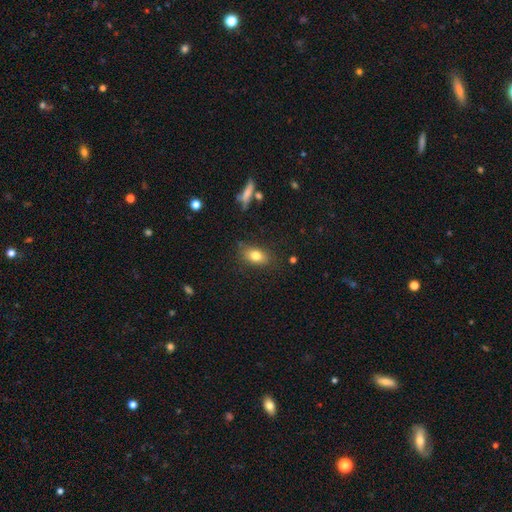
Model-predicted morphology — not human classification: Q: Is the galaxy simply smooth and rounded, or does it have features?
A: smooth — 79%.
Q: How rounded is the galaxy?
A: in between — 83%.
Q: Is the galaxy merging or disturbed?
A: none — 82%.